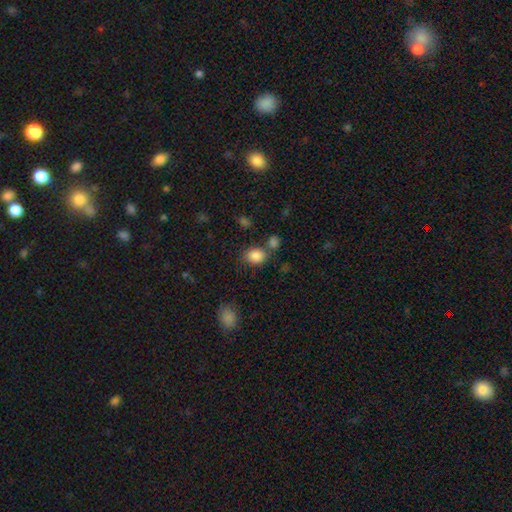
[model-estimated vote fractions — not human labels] smooth-or-featured: smooth: 85% | star or artifact: 10% | featured or disk: 5%
  how-rounded: in between: 50% | round: 49% | cigar-shaped: 1%
  merging: none: 66% | merger: 16% | minor disturbance: 13% | major disturbance: 5%